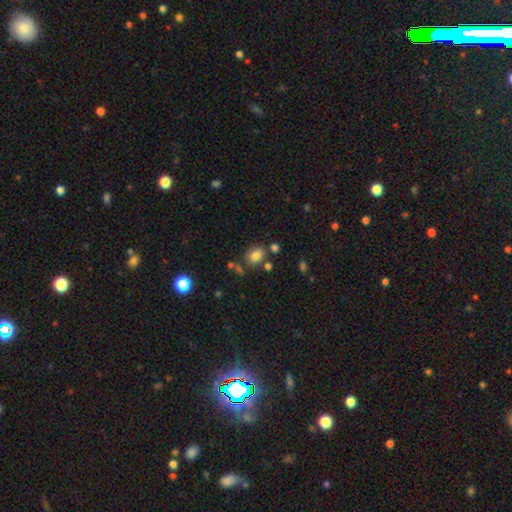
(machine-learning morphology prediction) Smooth or featured: smooth — 80% (star or artifact — 12%)
How rounded: in between — 57% (round — 42%)
Merging: none — 73% (minor disturbance — 13%)